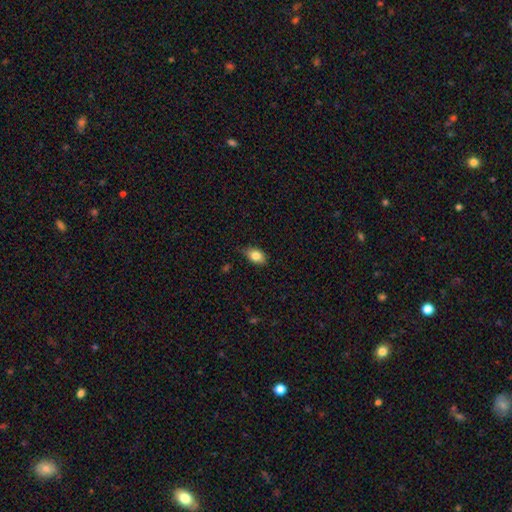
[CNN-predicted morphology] smooth_or_featured: smooth (p=0.82) [alt: featured or disk p=0.10]
how_rounded: in between (p=0.82) [alt: round p=0.15]
merging: none (p=0.70) [alt: minor disturbance p=0.25]